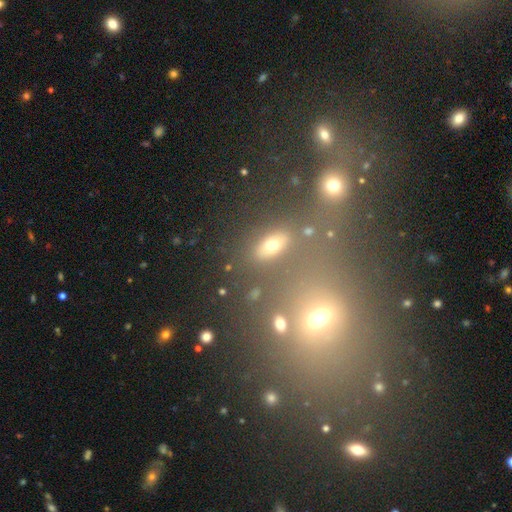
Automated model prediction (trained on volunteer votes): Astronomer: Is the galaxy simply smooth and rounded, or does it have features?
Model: smooth — 50% (runner-up: star or artifact, 35%).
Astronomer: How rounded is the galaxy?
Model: in between — 64%.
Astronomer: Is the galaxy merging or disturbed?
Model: none — 62%.